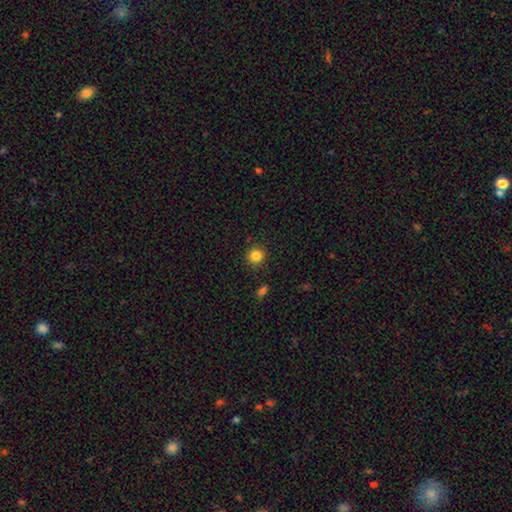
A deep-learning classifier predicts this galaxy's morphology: smooth-or-featured: smooth: 84% | star or artifact: 11% | featured or disk: 4%
  how-rounded: round: 91% | in between: 8% | cigar-shaped: 1%
  merging: none: 89% | minor disturbance: 7% | major disturbance: 2% | merger: 2%